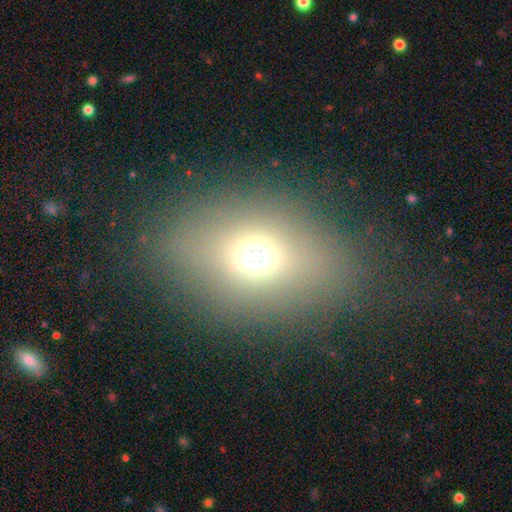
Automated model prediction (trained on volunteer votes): Overall: smooth (65%). How rounded: in between (69%). Merging: none (72%).